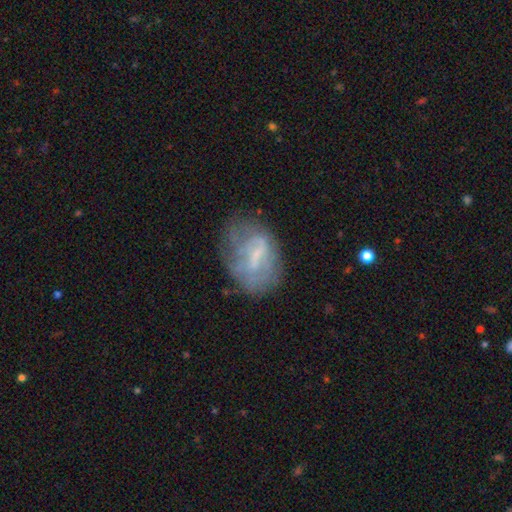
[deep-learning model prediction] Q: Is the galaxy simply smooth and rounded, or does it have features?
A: featured or disk — 56%.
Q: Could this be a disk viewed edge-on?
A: no — 96%.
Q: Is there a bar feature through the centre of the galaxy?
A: weak — 47%.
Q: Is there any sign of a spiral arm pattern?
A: no — 66%.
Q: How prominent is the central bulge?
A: none — 38%.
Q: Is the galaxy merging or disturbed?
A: none — 51%.